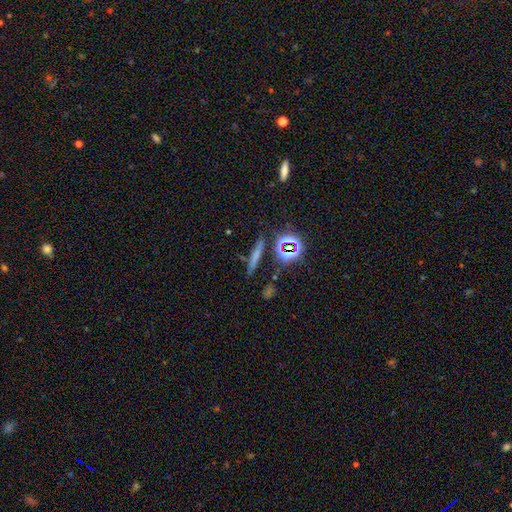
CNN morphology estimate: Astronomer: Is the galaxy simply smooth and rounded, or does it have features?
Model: smooth — 54%.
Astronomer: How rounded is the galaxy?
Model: cigar-shaped — 83%.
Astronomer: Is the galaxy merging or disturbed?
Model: none — 82%.